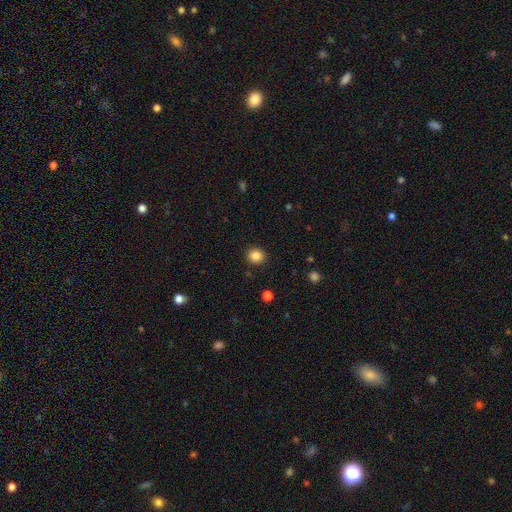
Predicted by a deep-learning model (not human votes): Smooth or featured?
  - smooth: 85% *
  - star or artifact: 11%
  - featured or disk: 4%
How rounded?
  - round: 83% *
  - in between: 16%
  - cigar-shaped: 1%
Merging?
  - none: 90% *
  - minor disturbance: 7%
  - major disturbance: 2%
  - merger: 1%